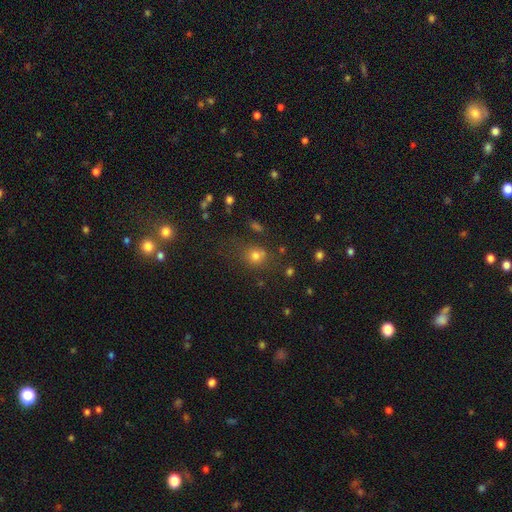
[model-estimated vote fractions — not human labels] This is likely a smooth galaxy (70%). How rounded: likely round (74%). Merging: likely none (66%).